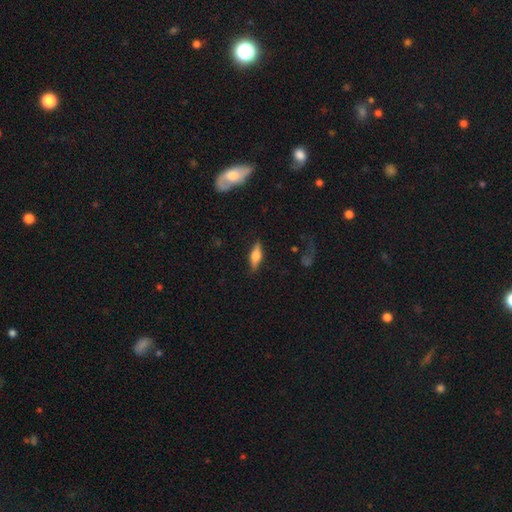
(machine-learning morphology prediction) A featured or disk galaxy (49%). Merging: none (83%).